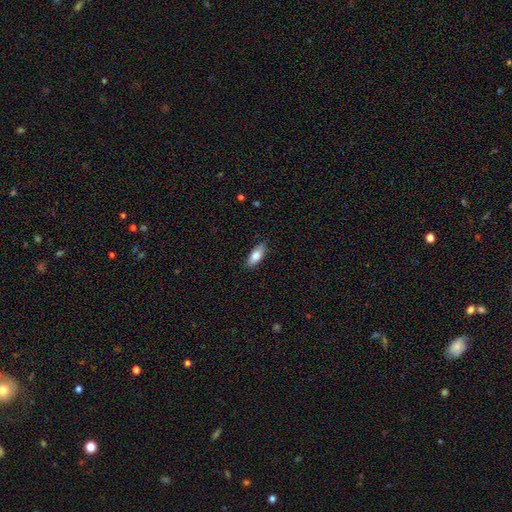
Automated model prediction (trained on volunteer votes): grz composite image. It shows a smooth galaxy with no disk features (84%) that is in between round and cigar-shaped (81%). Merging: none (85%).